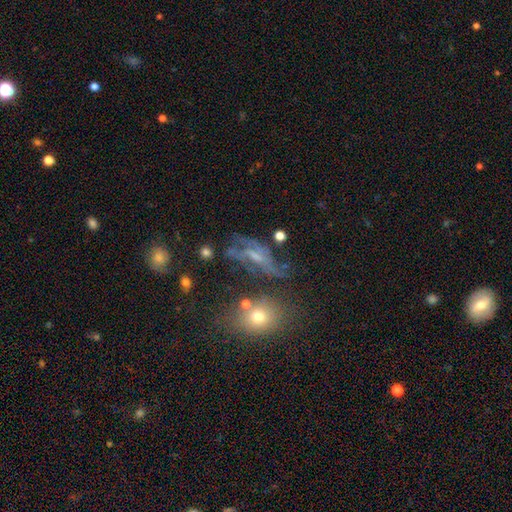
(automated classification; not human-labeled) Morphology: type=featured or disk (63%); edge-on=no (87%); bar=no (45%); spiral arms=yes (73%); bulge=small (47%); merging=none (41%).